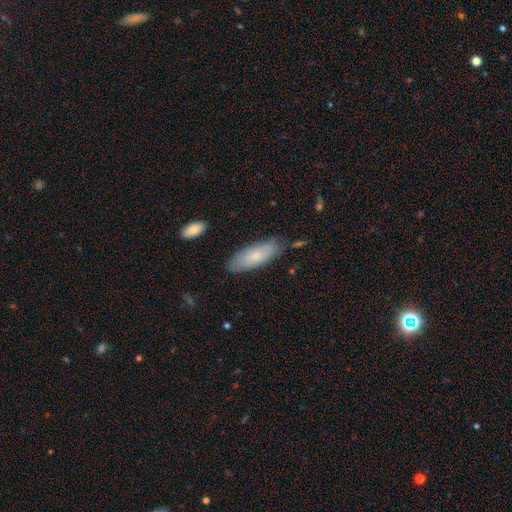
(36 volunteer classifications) Overall: smooth (86%). How rounded: in between (71%). Merging: none (83%).